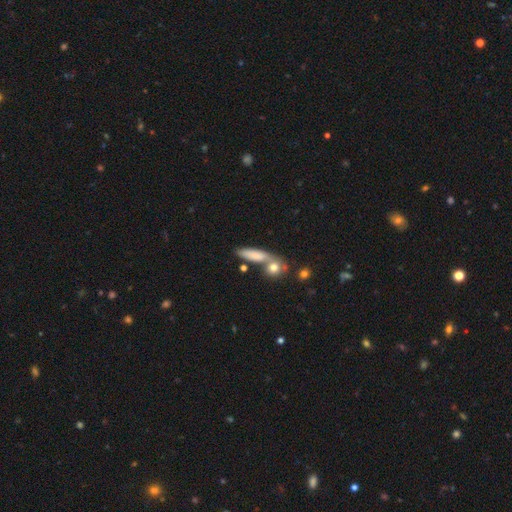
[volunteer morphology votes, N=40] Q: Smooth or featured?
A: smooth (80%); runner-up: featured or disk (10%)
Q: How rounded?
A: in between (69%); runner-up: cigar-shaped (28%)
Q: Merging?
A: merger (47%); runner-up: none (31%)